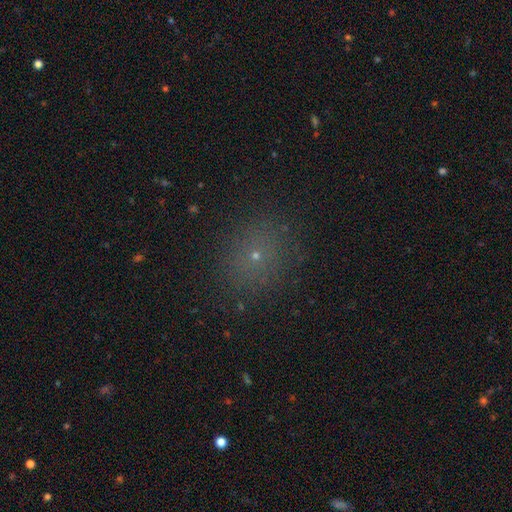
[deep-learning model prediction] This is likely a smooth galaxy (63%). How rounded: likely round (73%). Merging: clearly none (86%).